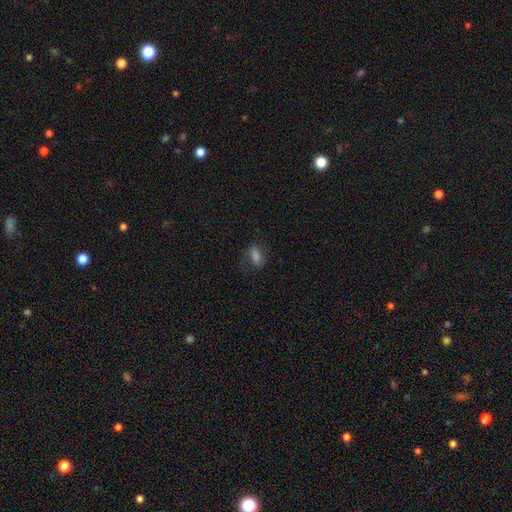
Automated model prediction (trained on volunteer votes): Smooth or featured: smooth — 64% (star or artifact — 19%)
How rounded: in between — 78% (cigar-shaped — 12%)
Merging: none — 66% (minor disturbance — 20%)